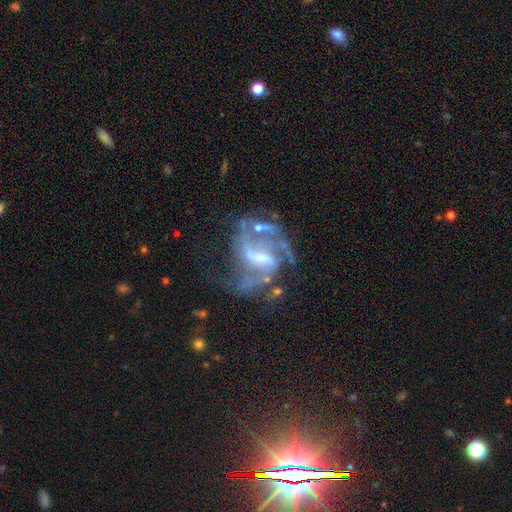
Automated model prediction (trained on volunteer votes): Morphology: type=featured or disk (85%); edge-on=no (98%); bar=weak (50%); spiral arms=yes (93%); winding=medium (53%); arm count=2 (57%); bulge=small (43%); merging=none (44%).